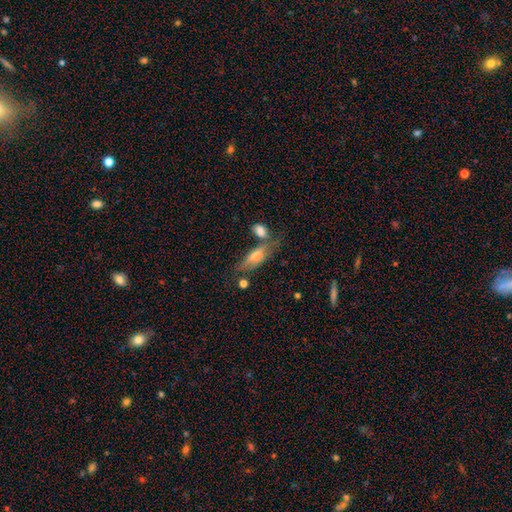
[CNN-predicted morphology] Overall: smooth (50%; featured or disk 40%). Merging: none (53%; merger 20%).